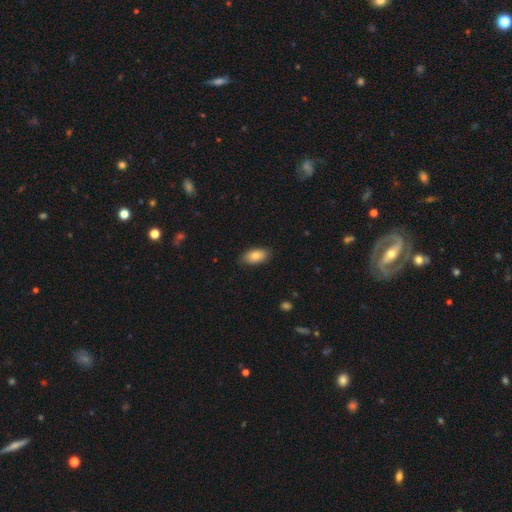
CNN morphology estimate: Smooth or featured? Predicted: smooth (p=0.82). How rounded? Predicted: in between (p=0.92). Merging? Predicted: none (p=0.84).